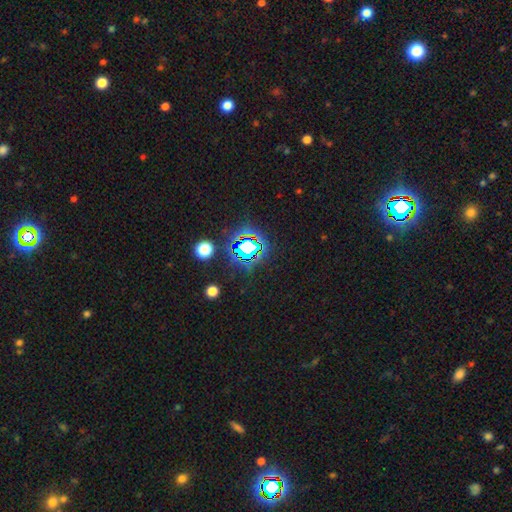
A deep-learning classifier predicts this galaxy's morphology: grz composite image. It shows a star or artifact, not a galaxy (76%).